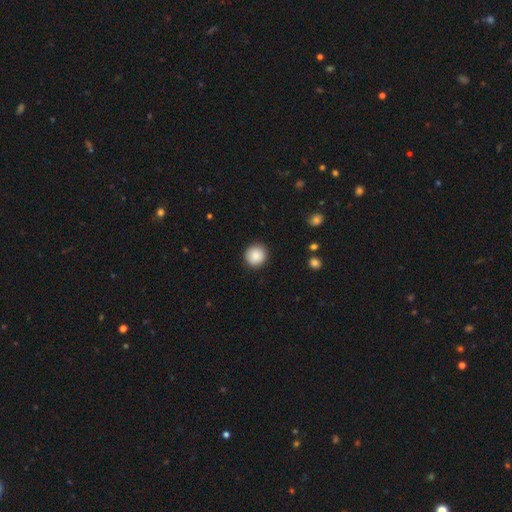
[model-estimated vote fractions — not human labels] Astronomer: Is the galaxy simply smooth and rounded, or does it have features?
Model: smooth — 86%.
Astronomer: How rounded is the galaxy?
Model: round — 94%.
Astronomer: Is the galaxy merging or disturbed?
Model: none — 91%.